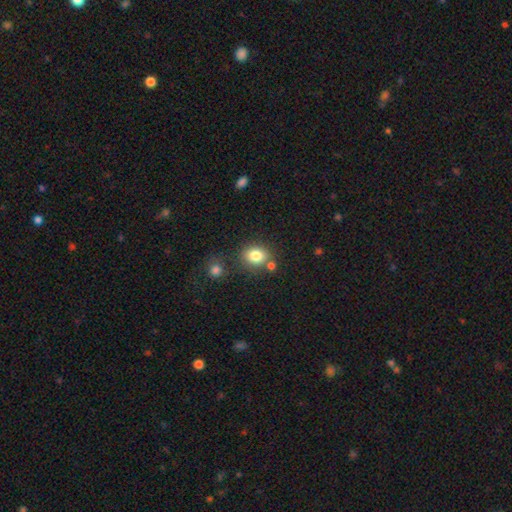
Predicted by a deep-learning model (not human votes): Overall: smooth (82%). How rounded: round (62%; in between 37%). Merging: none (68%).